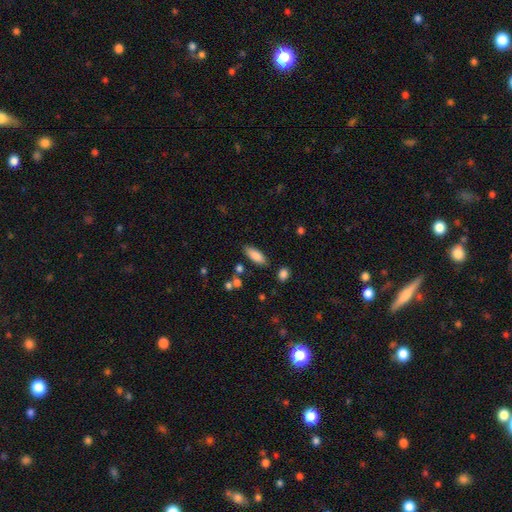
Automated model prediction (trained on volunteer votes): A smooth galaxy with no disk features (85%) that is in between round and cigar-shaped (69%). Merging: none (82%).